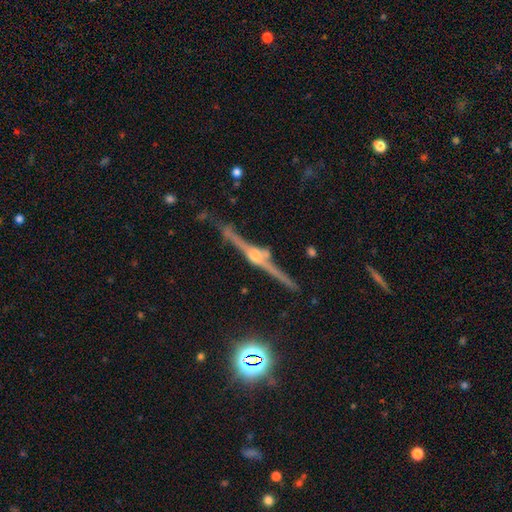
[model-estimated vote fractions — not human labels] Q: Smooth or featured?
A: featured or disk (88%); runner-up: star or artifact (7%)
Q: Edge-on disk?
A: yes (98%); runner-up: no (2%)
Q: Edge-on bulge?
A: rounded (92%); runner-up: boxy (6%)
Q: Merging?
A: none (83%); runner-up: minor disturbance (11%)